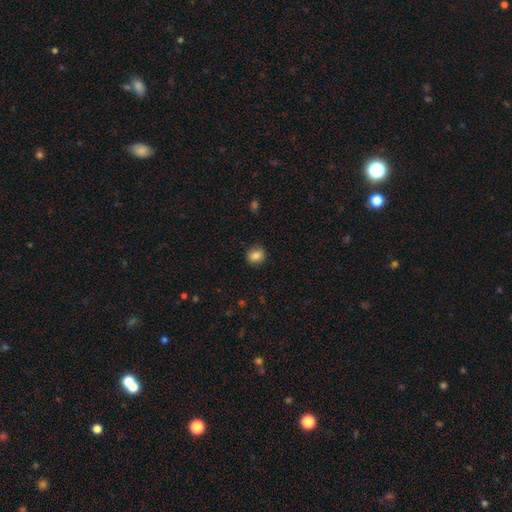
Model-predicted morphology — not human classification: This is clearly a smooth galaxy (84%). How rounded: likely round (79%). Merging: clearly none (88%).